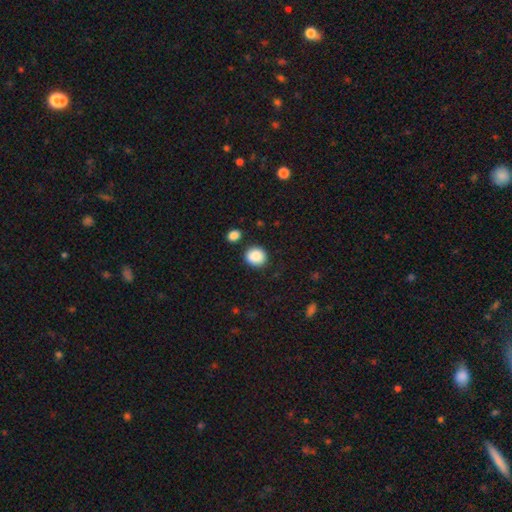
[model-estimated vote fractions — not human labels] Q: Smooth or featured?
A: smooth (88%); runner-up: star or artifact (8%)
Q: How rounded?
A: round (79%); runner-up: in between (20%)
Q: Merging?
A: none (85%); runner-up: minor disturbance (8%)